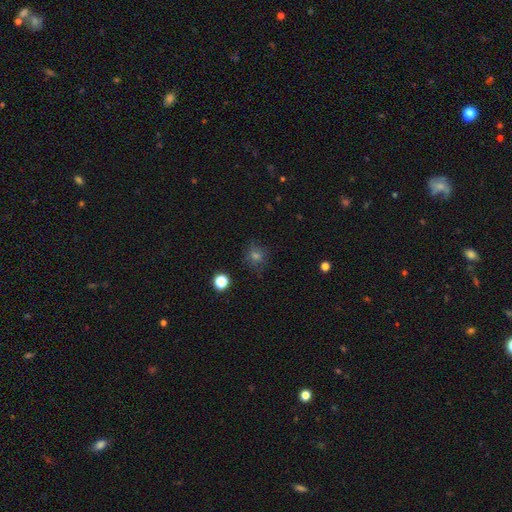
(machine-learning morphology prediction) This appears to be a smooth galaxy with no disk features (63%) that is round (81%). Merging: none (80%).